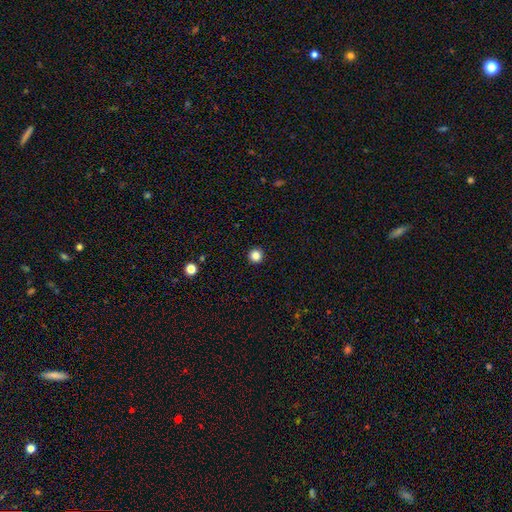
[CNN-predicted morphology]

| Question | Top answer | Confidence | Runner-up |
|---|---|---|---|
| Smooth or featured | smooth | 85% | star or artifact (12%) |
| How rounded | round | 96% | in between (3%) |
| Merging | none | 94% | minor disturbance (4%) |